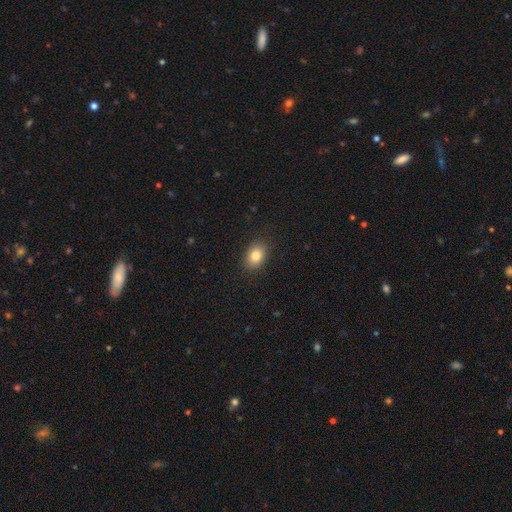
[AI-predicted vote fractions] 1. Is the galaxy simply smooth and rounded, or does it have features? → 83% smooth, 9% star or artifact, 8% featured or disk.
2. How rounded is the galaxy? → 72% in between, 27% round, 1% cigar-shaped.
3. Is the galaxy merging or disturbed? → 88% none, 9% minor disturbance, 2% major disturbance, 1% merger.